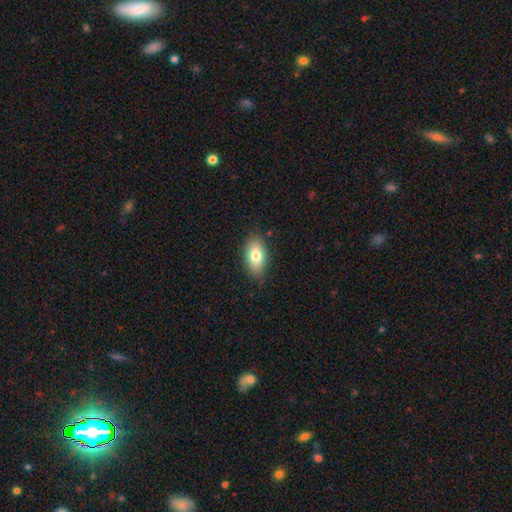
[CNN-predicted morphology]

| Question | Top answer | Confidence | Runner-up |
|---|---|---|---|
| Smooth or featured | smooth | 79% | featured or disk (13%) |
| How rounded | in between | 92% | round (5%) |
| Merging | none | 85% | minor disturbance (12%) |